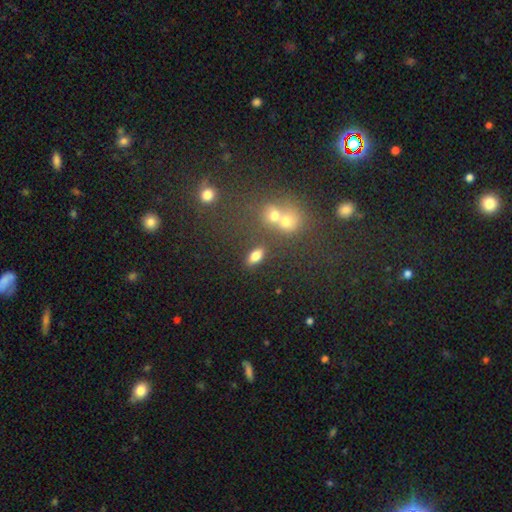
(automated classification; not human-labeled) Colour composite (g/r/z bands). It shows a smooth galaxy with no disk features (77%) that is in between round and cigar-shaped (86%). Merging: none (76%).